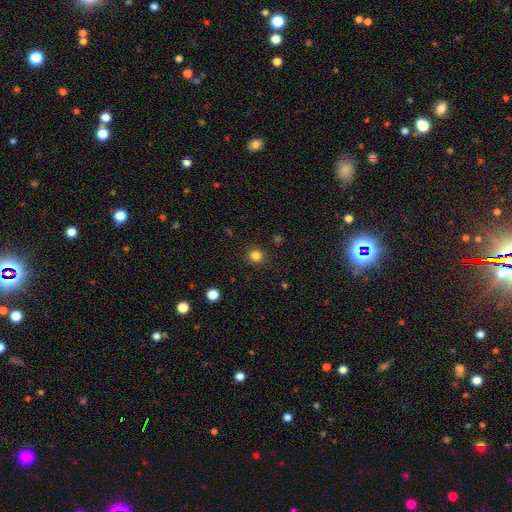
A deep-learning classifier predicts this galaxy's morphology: Overall: smooth (83%). How rounded: round (89%). Merging: none (90%).